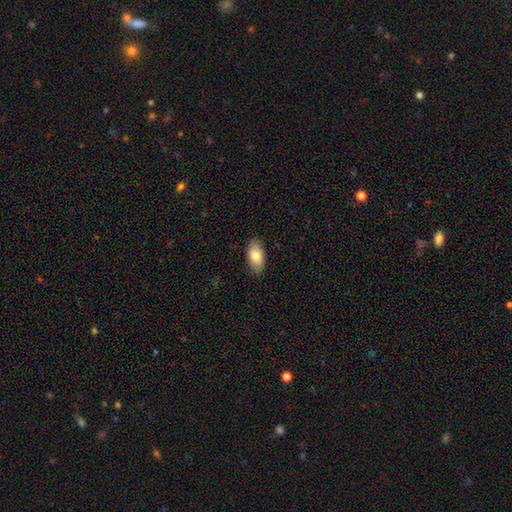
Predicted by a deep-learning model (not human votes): The model was most divided on "smooth or featured": smooth: 82%, featured or disk: 12%, star or artifact: 6%. More confident: how rounded — in between (93%); merging — none (87%).